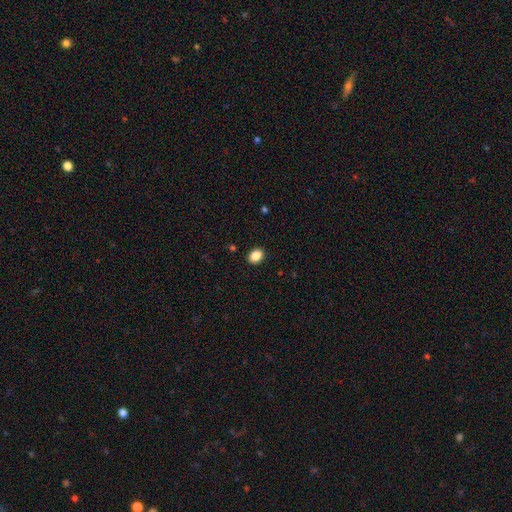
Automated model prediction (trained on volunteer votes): This is clearly a smooth galaxy (87%). How rounded: likely in between (63%). Merging: clearly none (91%).